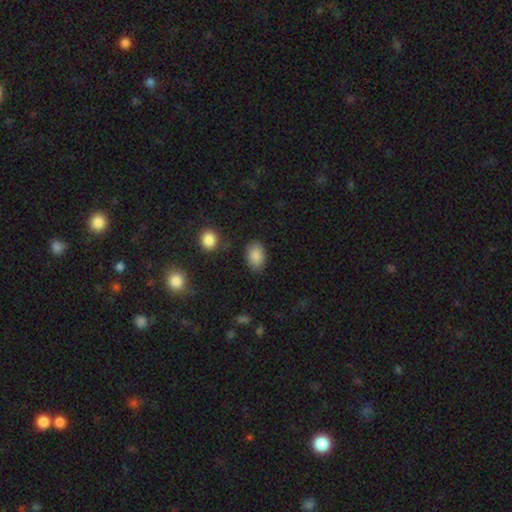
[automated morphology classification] This is clearly a smooth galaxy (88%). How rounded: clearly in between (87%). Merging: clearly none (83%).